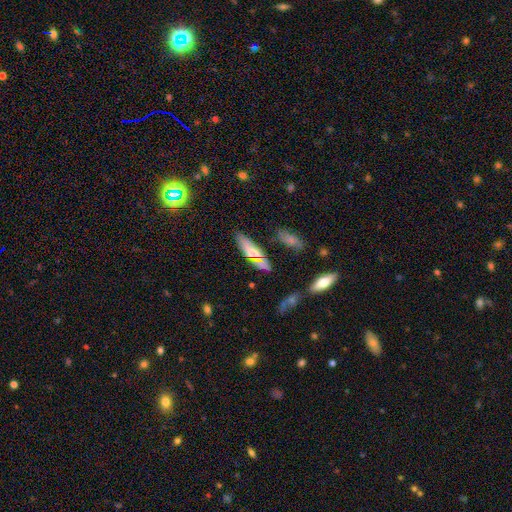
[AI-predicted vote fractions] This is likely a smooth galaxy (62%). How rounded: possibly cigar-shaped (49%). Merging: likely none (72%).